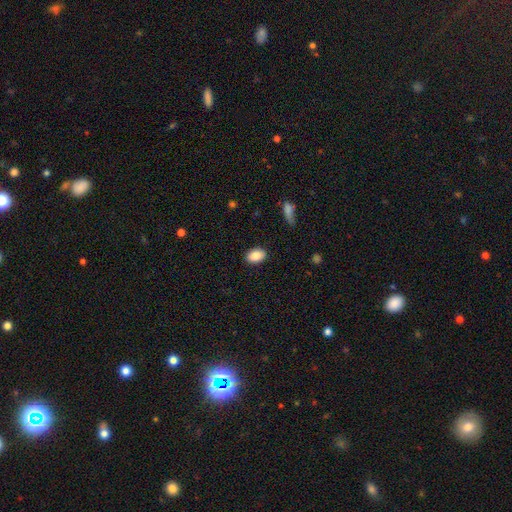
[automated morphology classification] type=smooth (87%); roundness=in between (88%); merging=none (88%).